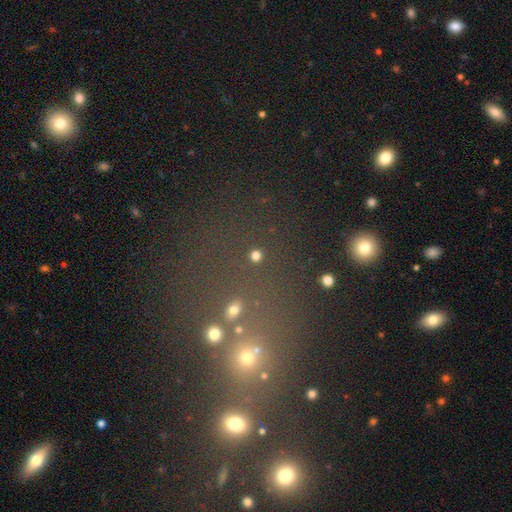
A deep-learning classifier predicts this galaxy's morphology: Q: Smooth or featured?
A: smooth (73%); runner-up: star or artifact (22%)
Q: How rounded?
A: round (92%); runner-up: in between (7%)
Q: Merging?
A: none (85%); runner-up: merger (6%)